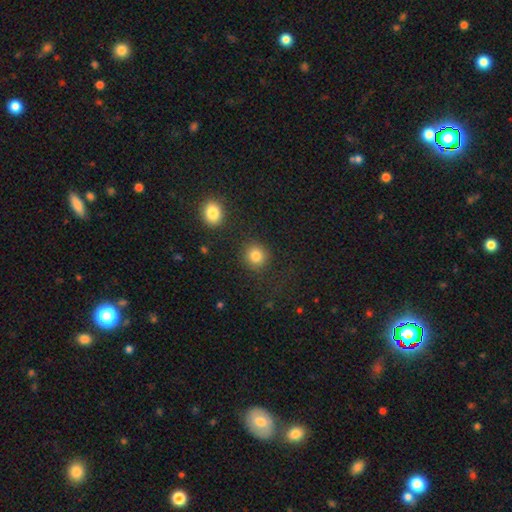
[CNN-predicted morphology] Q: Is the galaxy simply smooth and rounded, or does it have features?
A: smooth — 84%.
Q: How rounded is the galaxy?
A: round — 88%.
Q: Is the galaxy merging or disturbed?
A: none — 85%.